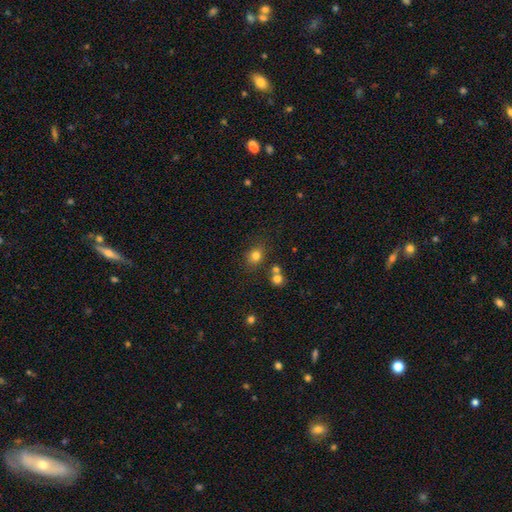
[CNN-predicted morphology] type=smooth (79%); roundness=round (60%); merging=none (74%).